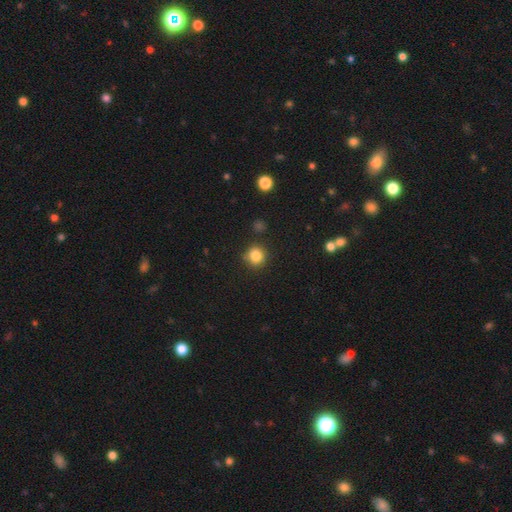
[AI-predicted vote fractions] Overall: smooth (83%). How rounded: round (91%). Merging: none (84%).